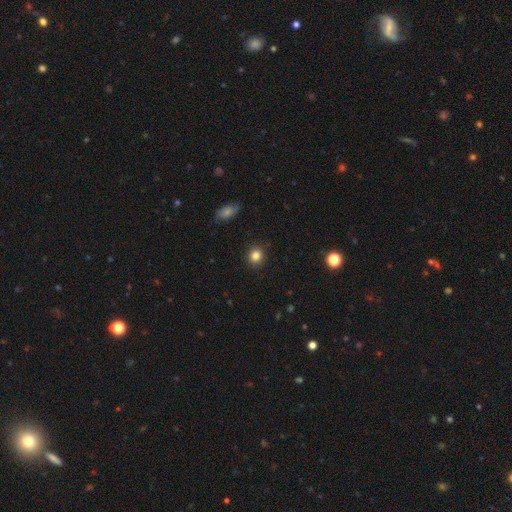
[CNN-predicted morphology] smooth 84%, star or artifact 11%, featured or disk 5%. Down the decision tree: how rounded — round (83%); merging — none (91%).